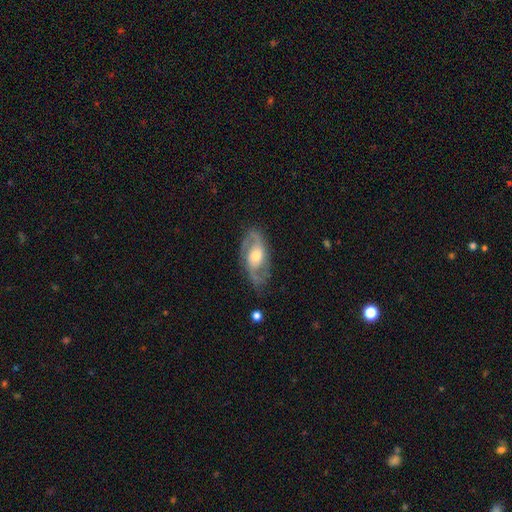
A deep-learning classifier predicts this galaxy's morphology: This is clearly a featured or disk galaxy (84%). It is clearly not viewed edge-on (94%). Bar: possibly no (51%). Spiral arm pattern: clearly yes (93%). Spiral arm count: clearly 2 (89%). Spiral winding: possibly medium (53%). Central bulge: likely moderate (66%). Merging: likely none (78%).